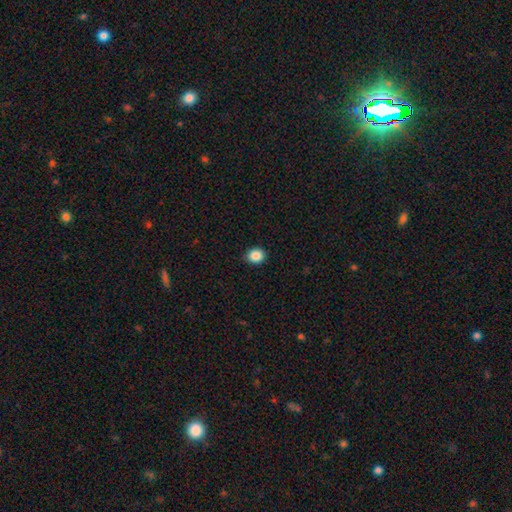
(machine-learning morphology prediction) Smooth or featured? Predicted: smooth (p=0.87). How rounded? Predicted: round (p=0.68). Merging? Predicted: none (p=0.90).